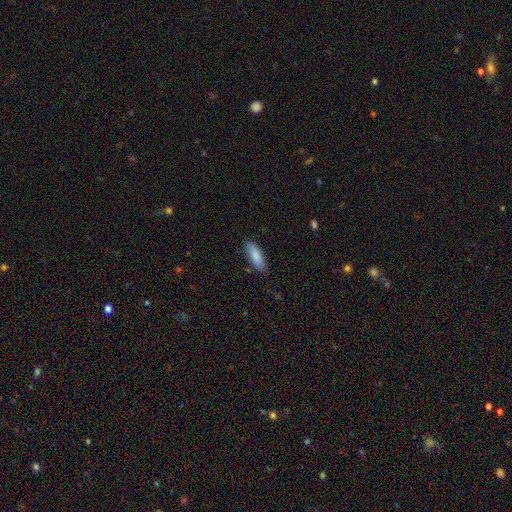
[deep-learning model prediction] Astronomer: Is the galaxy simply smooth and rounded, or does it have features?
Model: smooth — 86%.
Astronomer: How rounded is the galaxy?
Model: in between — 57% (runner-up: cigar-shaped, 42%).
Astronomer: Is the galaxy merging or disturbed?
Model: none — 80%.